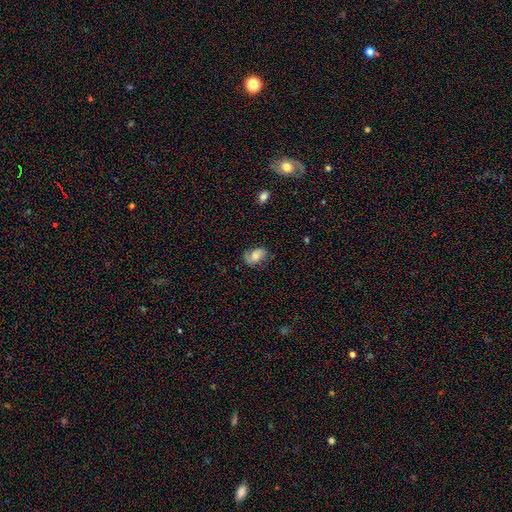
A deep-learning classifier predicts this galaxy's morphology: This is likely a smooth galaxy (68%). How rounded: clearly in between (85%). Merging: likely none (70%).